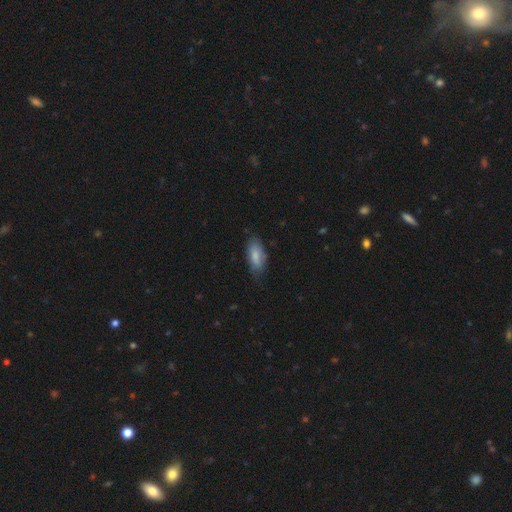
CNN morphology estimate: A smooth galaxy with no disk features (79%) that is in between round and cigar-shaped (86%). Merging: none (66%).